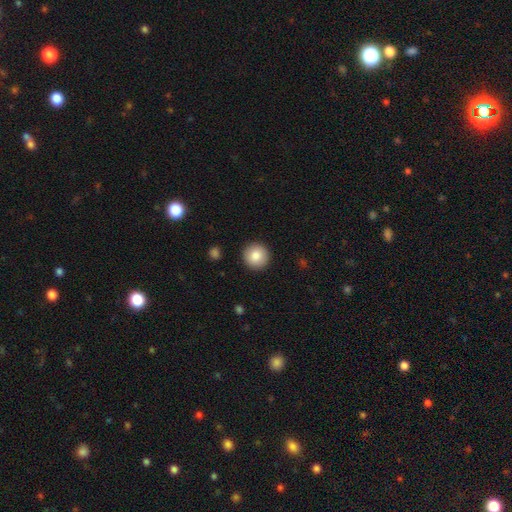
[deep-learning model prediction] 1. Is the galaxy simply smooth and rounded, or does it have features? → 85% smooth, 8% star or artifact, 7% featured or disk.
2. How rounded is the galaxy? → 95% round, 4% in between, 1% cigar-shaped.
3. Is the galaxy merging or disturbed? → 92% none, 5% minor disturbance, 2% major disturbance, 1% merger.